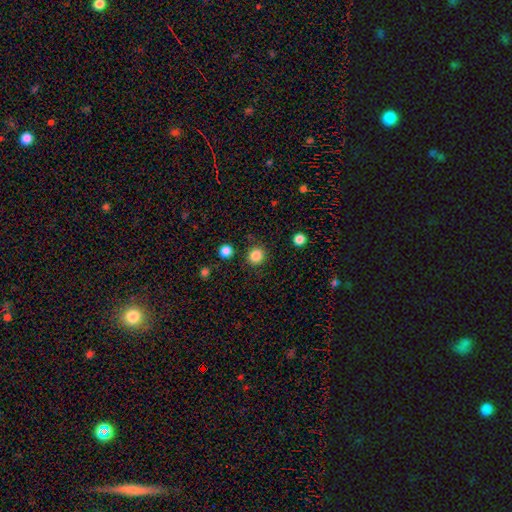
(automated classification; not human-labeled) smooth-or-featured: smooth: 85% | star or artifact: 11% | featured or disk: 3%
  how-rounded: round: 92% | in between: 7% | cigar-shaped: 1%
  merging: none: 88% | minor disturbance: 7% | major disturbance: 3% | merger: 2%